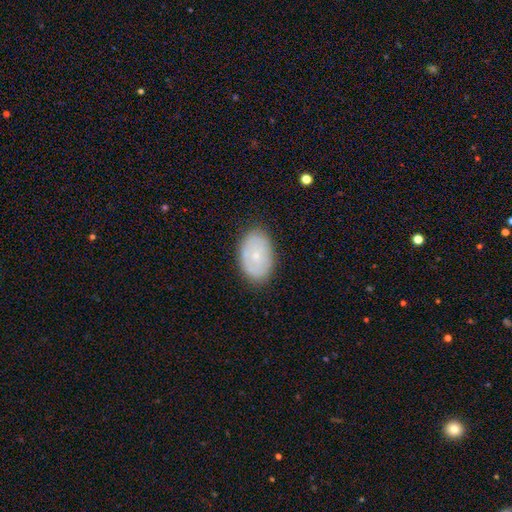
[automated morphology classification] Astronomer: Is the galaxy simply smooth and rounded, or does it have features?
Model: smooth — 57% (runner-up: featured or disk, 36%).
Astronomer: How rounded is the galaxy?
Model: in between — 88%.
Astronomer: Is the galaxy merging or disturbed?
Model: none — 83%.